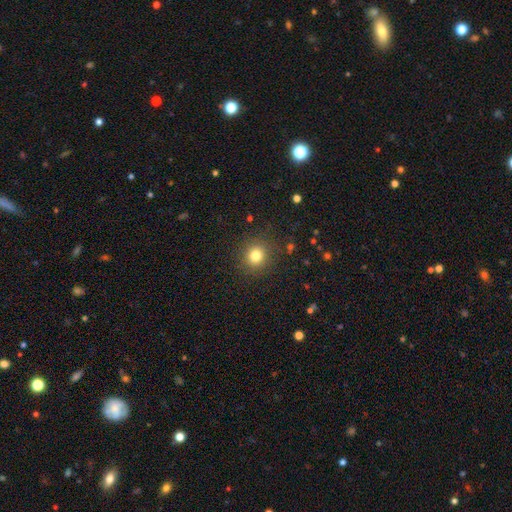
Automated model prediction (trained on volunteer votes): Morphology: type=smooth (80%); roundness=round (87%); merging=none (89%).